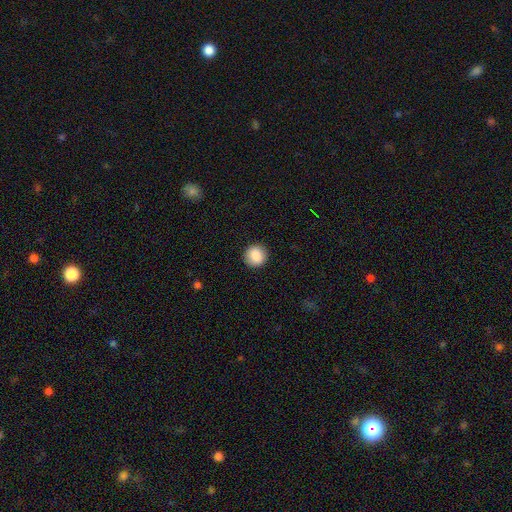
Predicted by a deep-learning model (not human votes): smooth 88%, star or artifact 8%, featured or disk 4%. Down the decision tree: how rounded — round (92%); merging — none (91%).